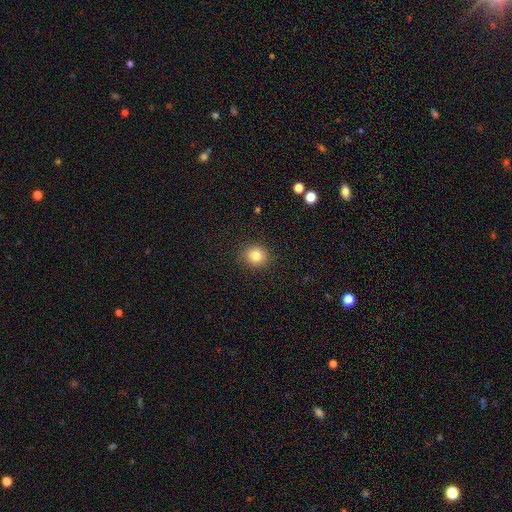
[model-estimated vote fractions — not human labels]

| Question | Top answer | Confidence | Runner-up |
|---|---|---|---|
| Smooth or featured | smooth | 82% | star or artifact (12%) |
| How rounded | round | 84% | in between (15%) |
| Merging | none | 91% | minor disturbance (6%) |